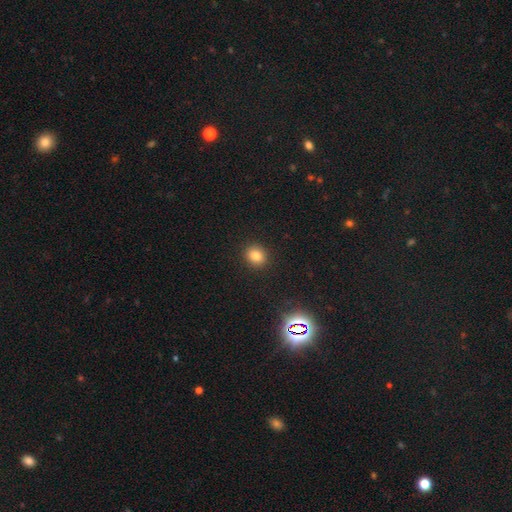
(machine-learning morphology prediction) A smooth galaxy with no disk features (81%) that is round (73%).

Vote fractions:
- Smooth or featured? smooth: 81% / star or artifact: 13% / featured or disk: 6%
- How rounded? round: 73% / in between: 26% / cigar-shaped: 1%
- Merging? none: 91% / minor disturbance: 6% / major disturbance: 2% / merger: 1%